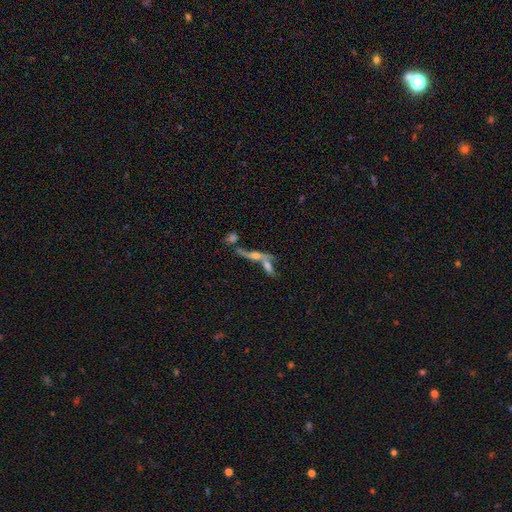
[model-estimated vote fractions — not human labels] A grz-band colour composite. It shows a featured or disk galaxy (60%) viewed edge-on (63%). Merging: merger (48%).